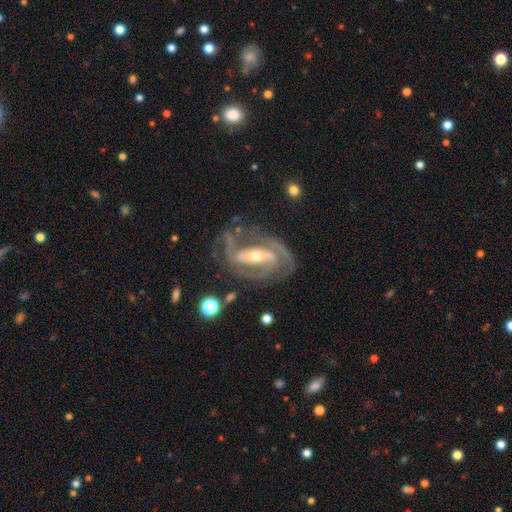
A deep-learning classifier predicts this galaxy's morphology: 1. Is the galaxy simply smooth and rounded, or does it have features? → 90% featured or disk, 5% star or artifact, 5% smooth.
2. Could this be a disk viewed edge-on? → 96% no, 4% yes.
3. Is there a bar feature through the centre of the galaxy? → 52% strong, 30% weak, 18% no.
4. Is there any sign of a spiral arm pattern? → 96% yes, 4% no.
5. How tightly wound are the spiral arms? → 44% medium, 43% tight, 12% loose.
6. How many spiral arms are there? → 59% 2, 18% 3, 12% can't tell, 4% 4, 4% 1, 3% more than 4.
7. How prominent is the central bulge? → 51% moderate, 45% small, 2% large, 1% none, 1% dominant.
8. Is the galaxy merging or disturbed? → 67% none, 18% minor disturbance, 12% major disturbance, 2% merger.